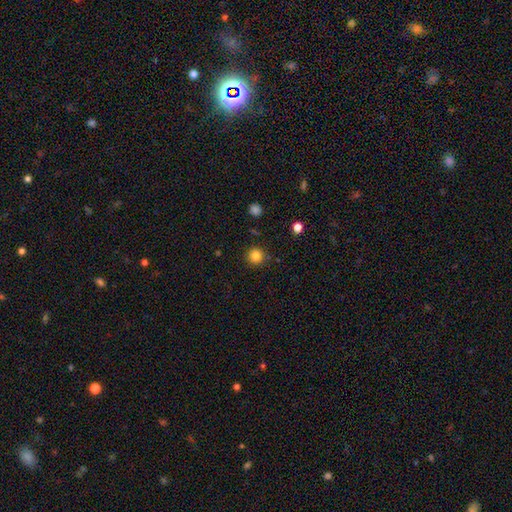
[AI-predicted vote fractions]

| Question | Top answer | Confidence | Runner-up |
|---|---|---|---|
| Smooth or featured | smooth | 84% | star or artifact (12%) |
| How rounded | round | 94% | in between (5%) |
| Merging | none | 87% | minor disturbance (8%) |